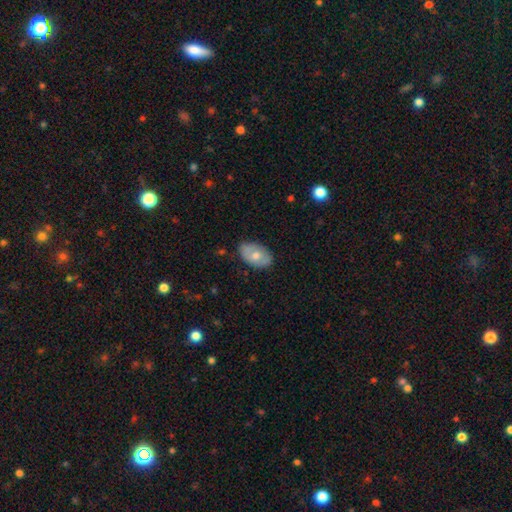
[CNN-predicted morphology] Q: Smooth or featured?
A: smooth (63%); runner-up: featured or disk (31%)
Q: How rounded?
A: in between (89%); runner-up: round (10%)
Q: Merging?
A: none (79%); runner-up: minor disturbance (17%)